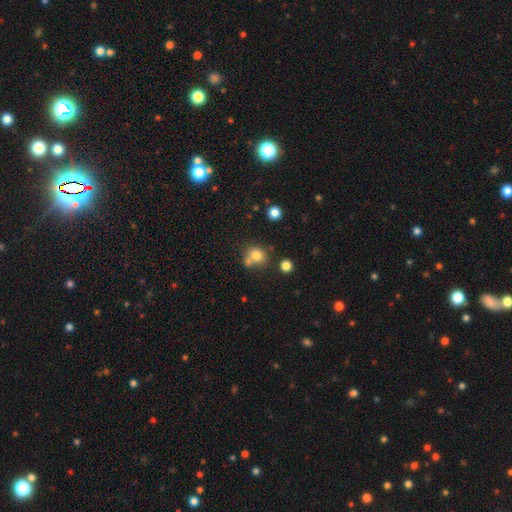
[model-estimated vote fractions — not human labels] Smooth or featured: smooth — 78% (star or artifact — 13%)
How rounded: round — 78% (in between — 21%)
Merging: none — 55% (merger — 29%)